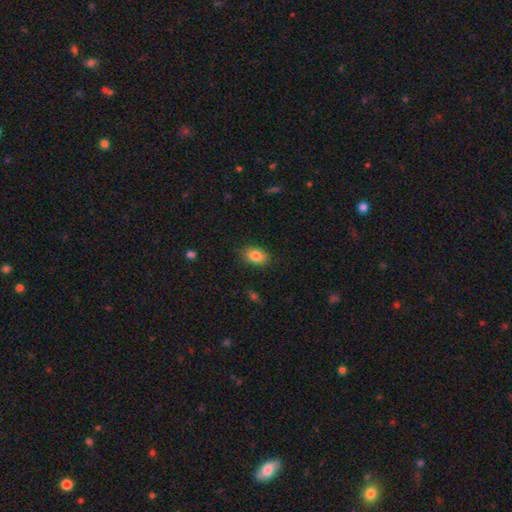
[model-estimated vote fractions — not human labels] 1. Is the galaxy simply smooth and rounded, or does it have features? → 85% smooth, 8% star or artifact, 7% featured or disk.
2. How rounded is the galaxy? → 86% in between, 13% round, 2% cigar-shaped.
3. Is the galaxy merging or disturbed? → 85% none, 12% minor disturbance, 3% major disturbance, 1% merger.